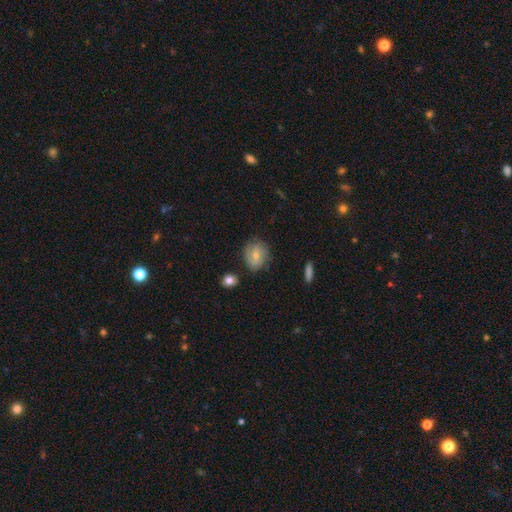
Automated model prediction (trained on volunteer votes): smooth_or_featured: featured or disk (p=0.49) [alt: smooth p=0.43]
merging: none (p=0.74) [alt: minor disturbance p=0.19]